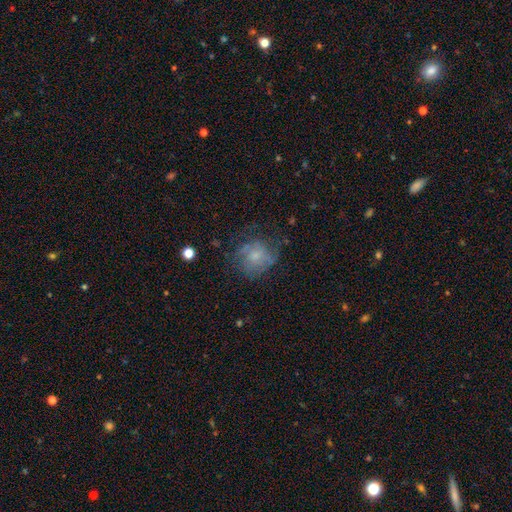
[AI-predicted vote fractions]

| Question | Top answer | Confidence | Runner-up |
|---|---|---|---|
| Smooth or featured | smooth | 49% | featured or disk (41%) |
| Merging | none | 54% | minor disturbance (24%) |